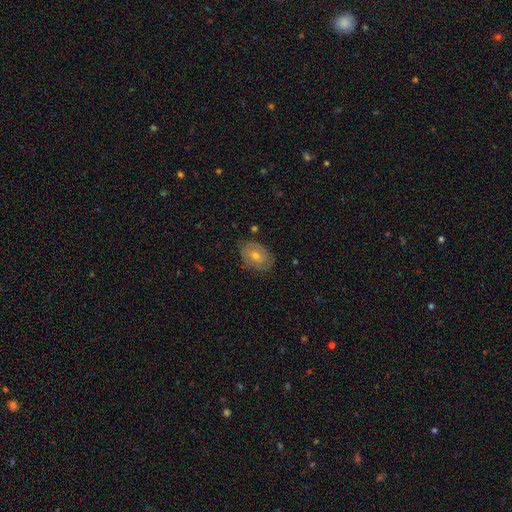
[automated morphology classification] This is possibly a featured or disk galaxy (49%). Merging: clearly none (81%).